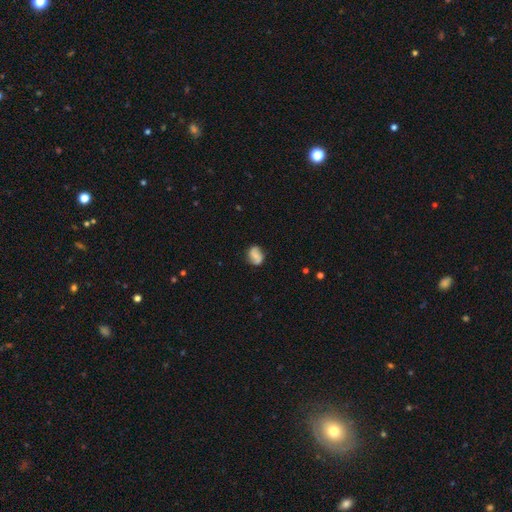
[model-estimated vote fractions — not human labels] A smooth galaxy with no disk features (51%) that is in between round and cigar-shaped (62%). Merging: none (73%).